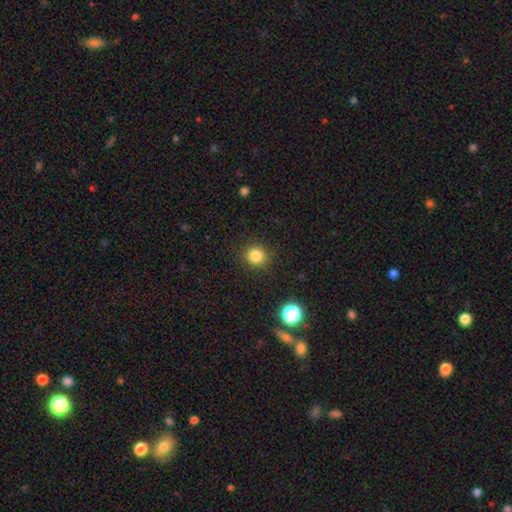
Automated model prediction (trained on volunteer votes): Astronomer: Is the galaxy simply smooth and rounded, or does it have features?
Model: smooth — 83%.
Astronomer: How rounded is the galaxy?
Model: round — 88%.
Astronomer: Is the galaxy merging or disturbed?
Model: none — 90%.